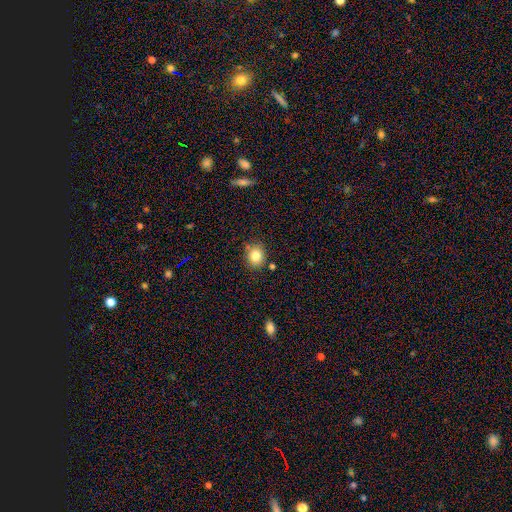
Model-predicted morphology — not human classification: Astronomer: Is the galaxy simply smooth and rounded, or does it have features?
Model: smooth — 83%.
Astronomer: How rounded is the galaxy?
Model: round — 66%.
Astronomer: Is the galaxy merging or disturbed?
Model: none — 79%.